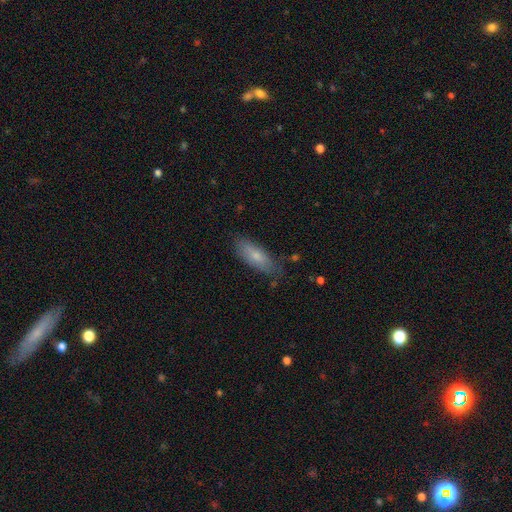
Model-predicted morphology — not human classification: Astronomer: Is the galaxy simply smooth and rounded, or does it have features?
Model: smooth — 73%.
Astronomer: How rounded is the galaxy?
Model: in between — 66%.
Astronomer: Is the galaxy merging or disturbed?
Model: none — 75%.